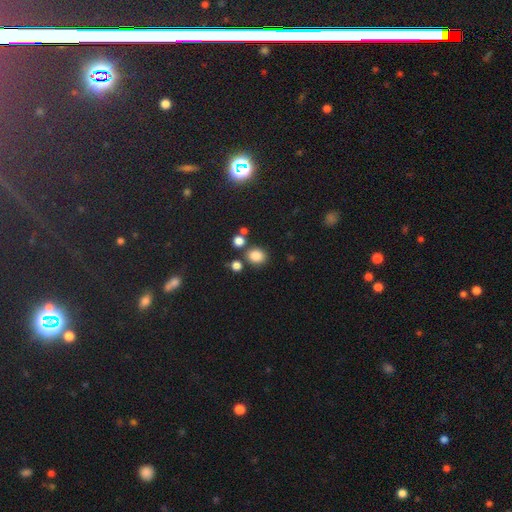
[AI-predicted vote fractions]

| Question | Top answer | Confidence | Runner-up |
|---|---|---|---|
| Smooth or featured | smooth | 82% | star or artifact (13%) |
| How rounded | round | 67% | in between (32%) |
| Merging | none | 74% | merger (12%) |